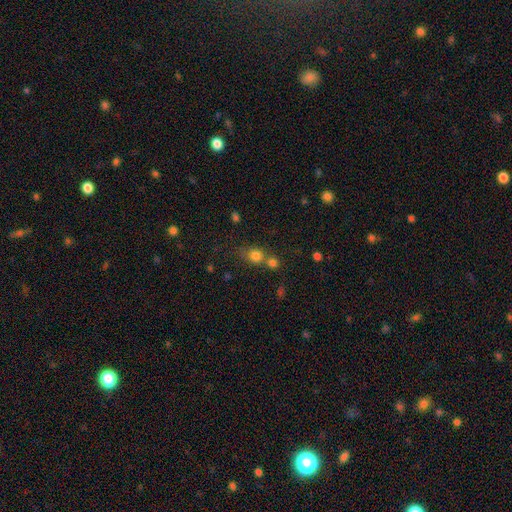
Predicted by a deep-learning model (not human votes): smooth-or-featured: smooth: 79% | star or artifact: 13% | featured or disk: 8%
  how-rounded: round: 77% | in between: 22% | cigar-shaped: 1%
  merging: none: 46% | merger: 39% | minor disturbance: 10% | major disturbance: 5%